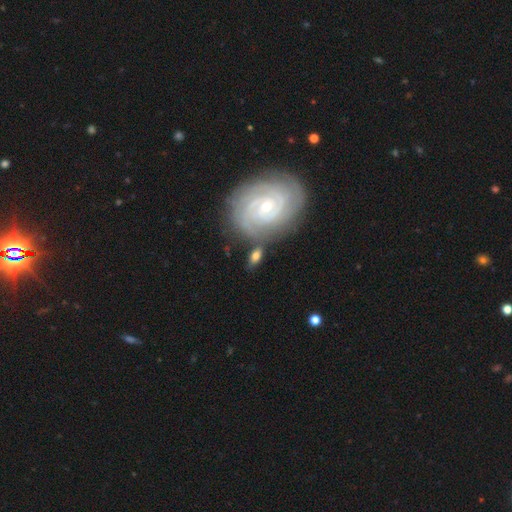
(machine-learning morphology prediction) smooth_or_featured: featured or disk (p=0.54) [alt: smooth p=0.37]
disk_edge_on: no (p=0.92) [alt: yes p=0.08]
bar: no (p=0.62) [alt: weak p=0.28]
has_spiral_arms: yes (p=0.84) [alt: no p=0.16]
bulge_size: moderate (p=0.46) [alt: small p=0.44]
merging: none (p=0.60) [alt: minor disturbance p=0.18]